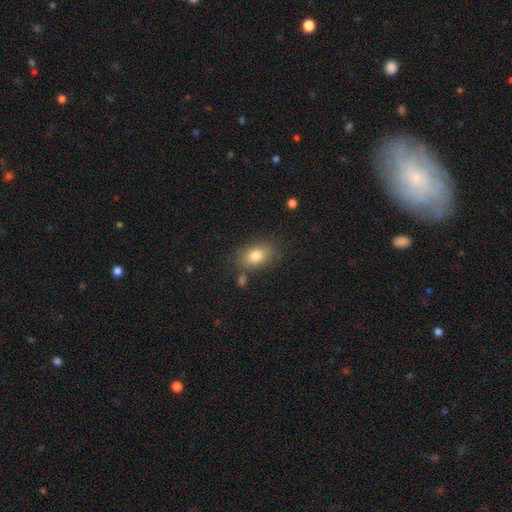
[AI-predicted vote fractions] smooth_or_featured: smooth (p=0.81) [alt: featured or disk p=0.10]
how_rounded: in between (p=0.83) [alt: round p=0.15]
merging: none (p=0.78) [alt: minor disturbance p=0.14]